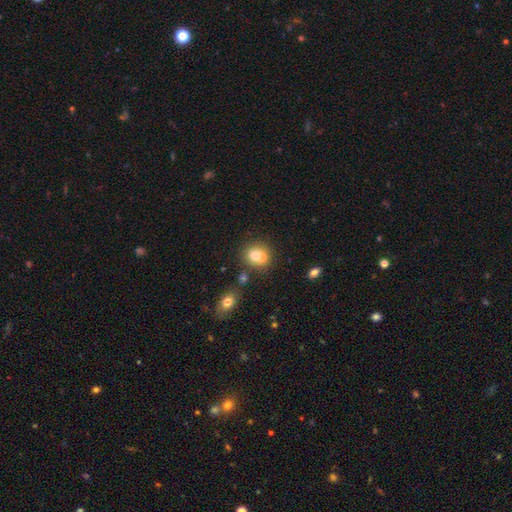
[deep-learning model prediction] Q: Smooth or featured?
A: smooth (72%); runner-up: featured or disk (17%)
Q: How rounded?
A: round (75%); runner-up: in between (24%)
Q: Merging?
A: none (51%); runner-up: merger (33%)